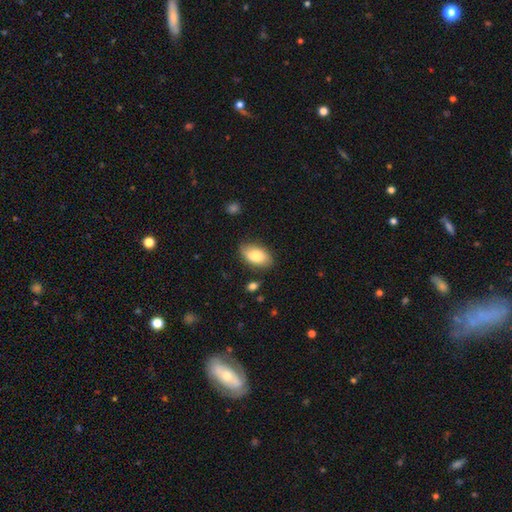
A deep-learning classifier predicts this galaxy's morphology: smooth-or-featured: smooth: 83% | featured or disk: 11% | star or artifact: 6%
  how-rounded: in between: 94% | round: 4% | cigar-shaped: 2%
  merging: none: 82% | minor disturbance: 13% | major disturbance: 3% | merger: 2%